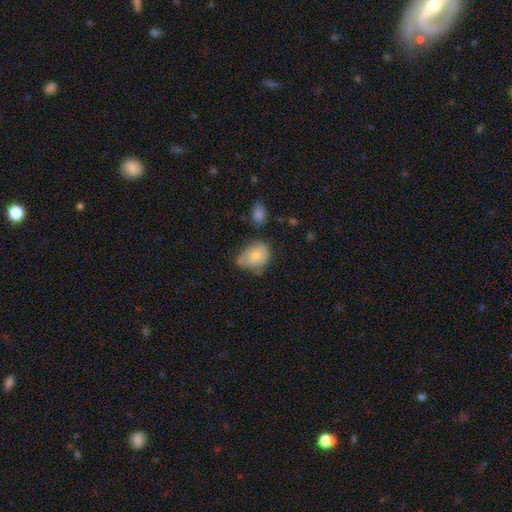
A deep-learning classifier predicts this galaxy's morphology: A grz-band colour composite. It shows a smooth galaxy with no disk features (70%) that is in between round and cigar-shaped (54%). Merging: minor disturbance (40%).